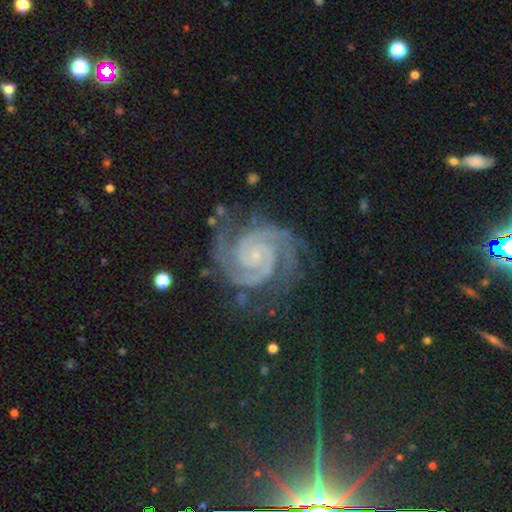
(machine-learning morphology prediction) A featured or disk galaxy (92%) with no bar (62%), 2 (85%) tight (75%) spiral arms (99%) and a small central bulge (76%).

Vote fractions:
- Smooth or featured? featured or disk: 92% / star or artifact: 5% / smooth: 3%
- Edge-on disk? no: 98% / yes: 2%
- Bar? no: 62% / weak: 28% / strong: 10%
- Spiral arms? yes: 99% / no: 1%
- Spiral winding? tight: 75% / medium: 23% / loose: 3%
- Spiral arm count? 2: 85% / 3: 7% / can't tell: 3% / 4: 2% / 1: 2% / more than 4: 2%
- Bulge size? small: 76% / moderate: 11% / none: 11% / large: 1% / dominant: 1%
- Merging? none: 75% / minor disturbance: 17% / major disturbance: 6% / merger: 2%